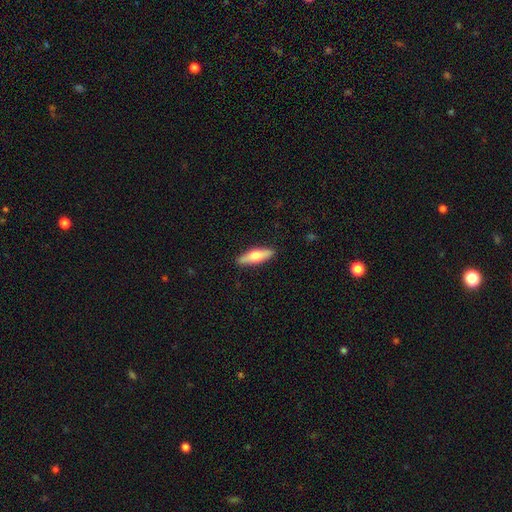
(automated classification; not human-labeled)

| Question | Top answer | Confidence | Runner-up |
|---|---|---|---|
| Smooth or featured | smooth | 59% | featured or disk (36%) |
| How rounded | cigar-shaped | 60% | in between (38%) |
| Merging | none | 89% | minor disturbance (8%) |